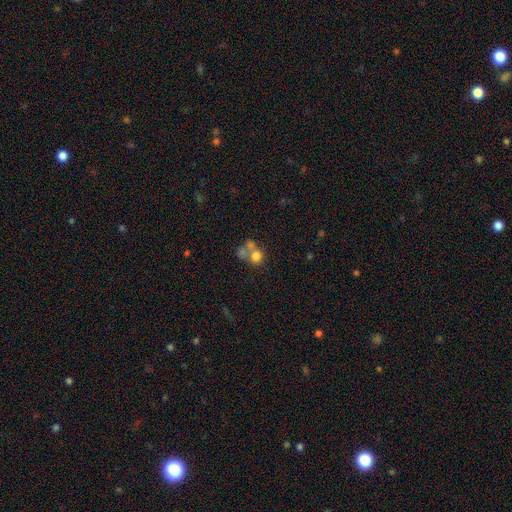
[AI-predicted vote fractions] smooth_or_featured: smooth (p=0.67) [alt: featured or disk p=0.19]
how_rounded: round (p=0.73) [alt: in between p=0.26]
merging: merger (p=0.51) [alt: none p=0.34]